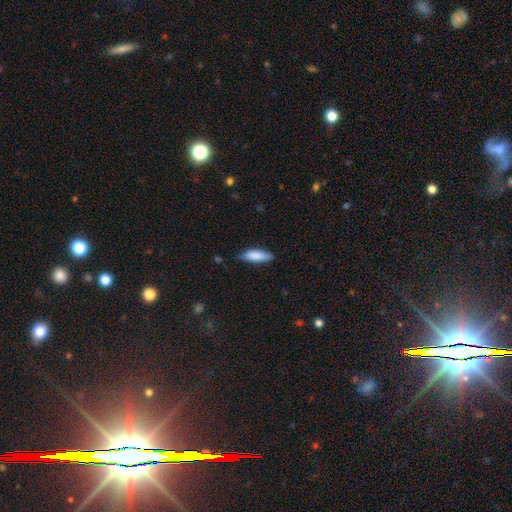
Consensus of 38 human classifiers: Overall: smooth (87%). How rounded: in between (76%). Merging: none (83%).